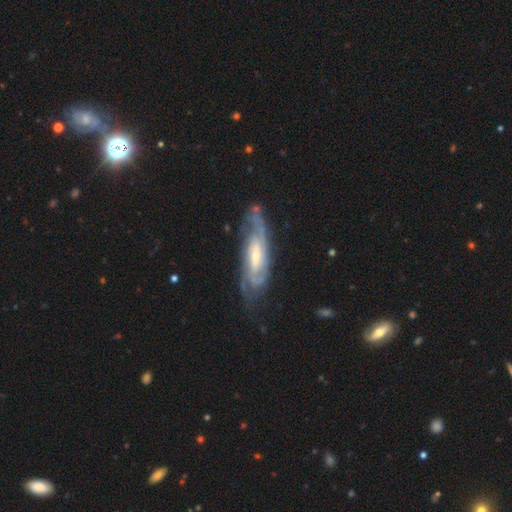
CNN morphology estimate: A featured or disk galaxy (85%) with no bar (44%), 2 (35%) tight (61%) spiral arms (95%) and a small central bulge (60%). Merging: none (71%).